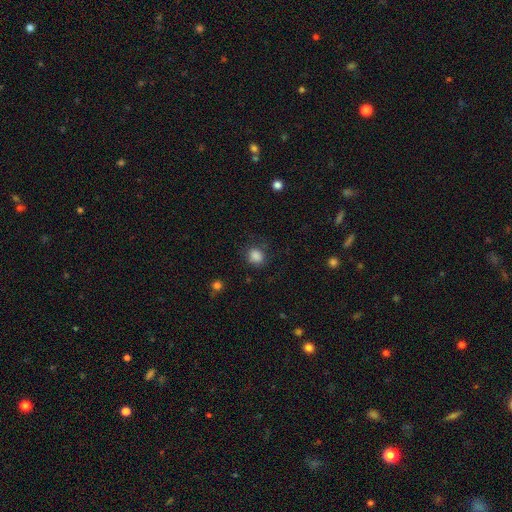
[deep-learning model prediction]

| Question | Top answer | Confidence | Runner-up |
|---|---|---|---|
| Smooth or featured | smooth | 85% | star or artifact (11%) |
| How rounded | round | 78% | in between (21%) |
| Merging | none | 77% | minor disturbance (16%) |